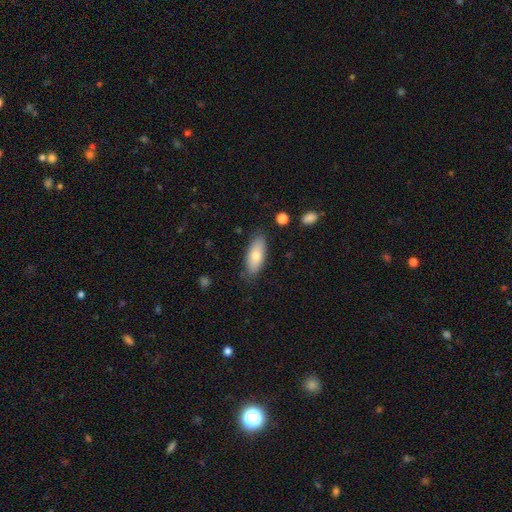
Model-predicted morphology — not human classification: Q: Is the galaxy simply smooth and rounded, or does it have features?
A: smooth — 75%.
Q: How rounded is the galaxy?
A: in between — 78%.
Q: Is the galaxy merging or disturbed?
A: none — 81%.